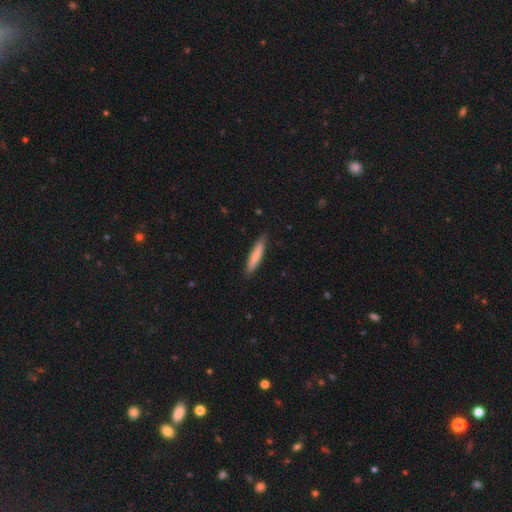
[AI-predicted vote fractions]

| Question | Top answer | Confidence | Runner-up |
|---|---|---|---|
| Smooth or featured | smooth | 79% | featured or disk (15%) |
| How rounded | cigar-shaped | 89% | in between (9%) |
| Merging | none | 86% | minor disturbance (11%) |